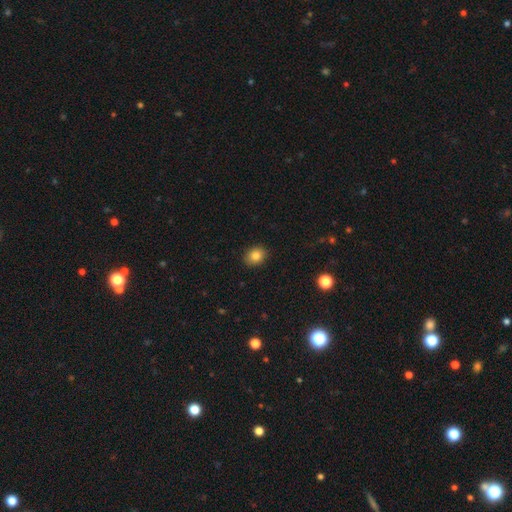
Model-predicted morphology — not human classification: Smooth or featured?
  - smooth: 83% *
  - star or artifact: 10%
  - featured or disk: 7%
How rounded?
  - in between: 53% *
  - round: 46%
  - cigar-shaped: 1%
Merging?
  - none: 89% *
  - minor disturbance: 8%
  - major disturbance: 2%
  - merger: 1%